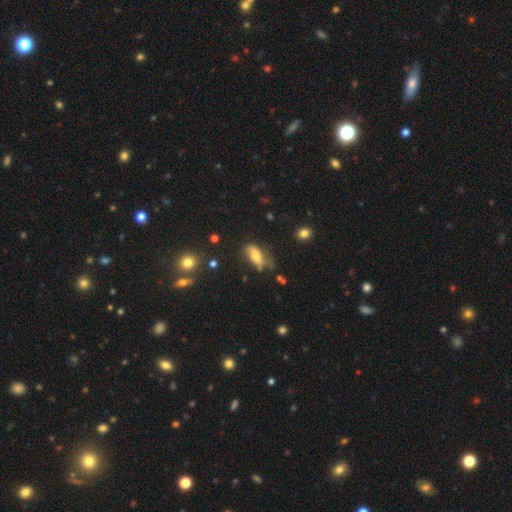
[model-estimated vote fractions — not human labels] A smooth galaxy with no disk features (61%) that is in between round and cigar-shaped (80%).

Vote fractions:
- Smooth or featured? smooth: 61% / featured or disk: 29% / star or artifact: 10%
- How rounded? in between: 80% / cigar-shaped: 16% / round: 4%
- Merging? none: 45% / minor disturbance: 32% / major disturbance: 17% / merger: 5%